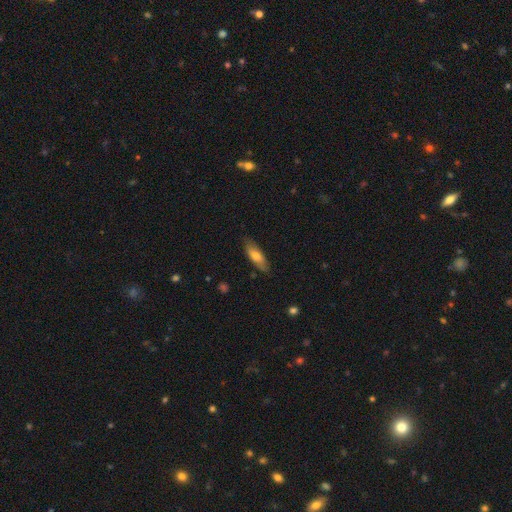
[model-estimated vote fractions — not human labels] A smooth galaxy with no disk features (69%) that is in between round and cigar-shaped (54%). Merging: none (81%).